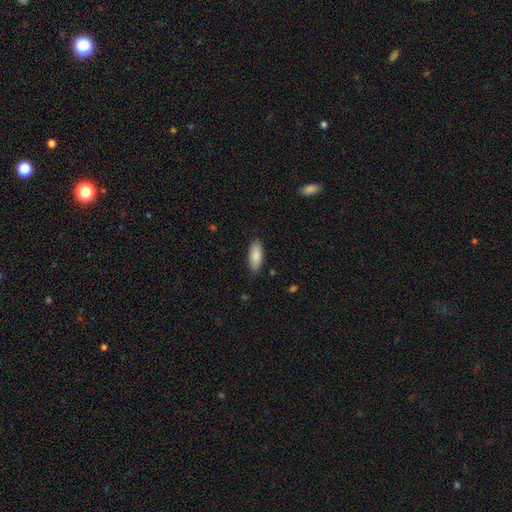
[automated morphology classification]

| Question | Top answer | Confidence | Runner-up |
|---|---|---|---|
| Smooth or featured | smooth | 88% | featured or disk (6%) |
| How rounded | in between | 80% | cigar-shaped (18%) |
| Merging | none | 86% | minor disturbance (10%) |